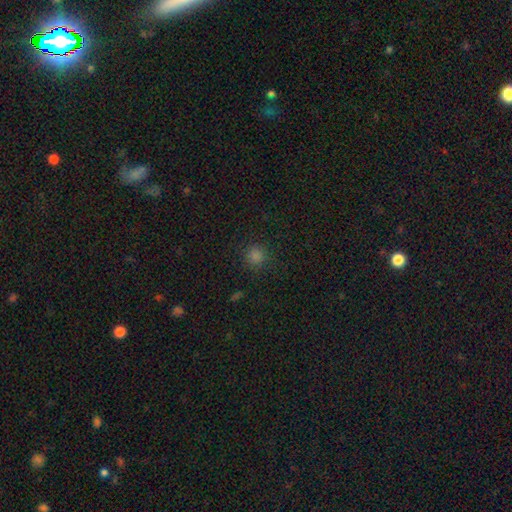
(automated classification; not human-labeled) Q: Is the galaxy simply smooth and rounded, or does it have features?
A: smooth — 77%.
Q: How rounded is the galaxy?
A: round — 94%.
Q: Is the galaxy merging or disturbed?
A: none — 90%.